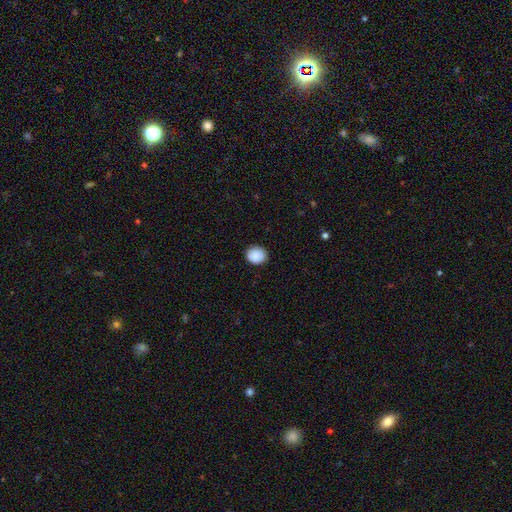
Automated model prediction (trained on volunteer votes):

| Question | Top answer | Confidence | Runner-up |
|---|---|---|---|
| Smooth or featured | smooth | 88% | star or artifact (8%) |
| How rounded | round | 79% | in between (21%) |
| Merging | none | 88% | minor disturbance (9%) |